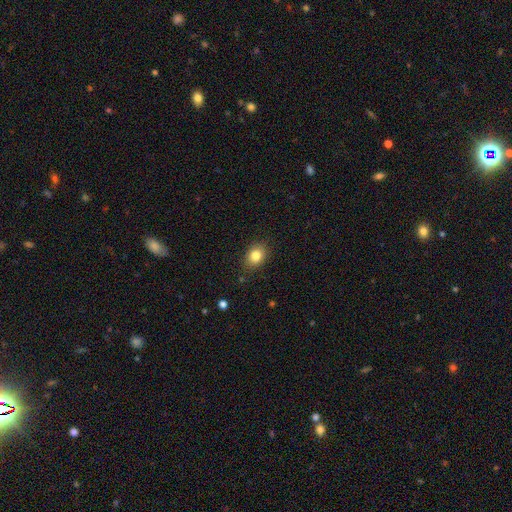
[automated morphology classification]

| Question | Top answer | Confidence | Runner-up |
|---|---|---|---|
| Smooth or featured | smooth | 84% | star or artifact (9%) |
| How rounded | in between | 61% | round (38%) |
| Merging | none | 86% | minor disturbance (11%) |